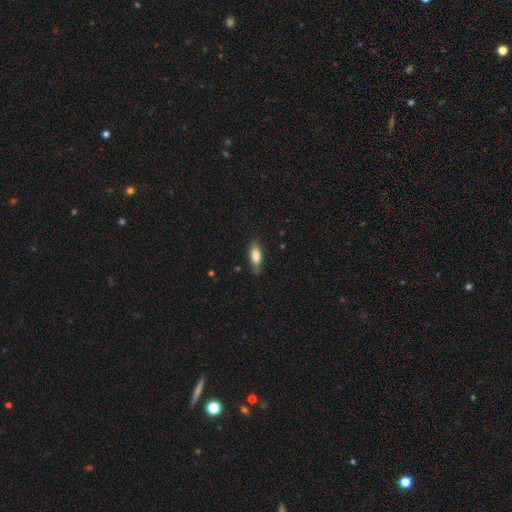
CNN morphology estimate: smooth_or_featured: smooth (p=0.78) [alt: featured or disk p=0.15]
how_rounded: in between (p=0.74) [alt: cigar-shaped p=0.23]
merging: none (p=0.70) [alt: minor disturbance p=0.23]